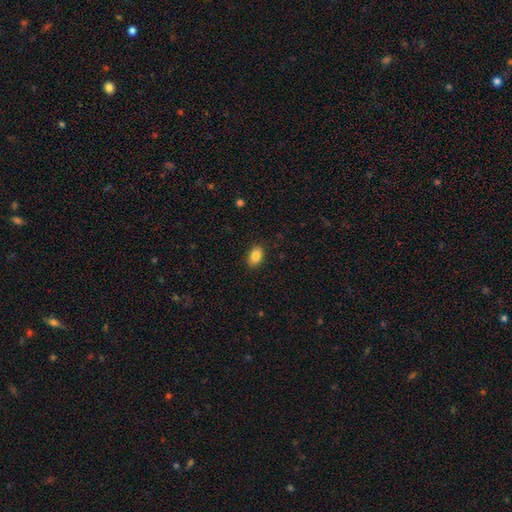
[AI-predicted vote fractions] smooth-or-featured: smooth: 85% | star or artifact: 8% | featured or disk: 7%
  how-rounded: in between: 82% | round: 17% | cigar-shaped: 1%
  merging: none: 87% | minor disturbance: 9% | major disturbance: 2% | merger: 1%